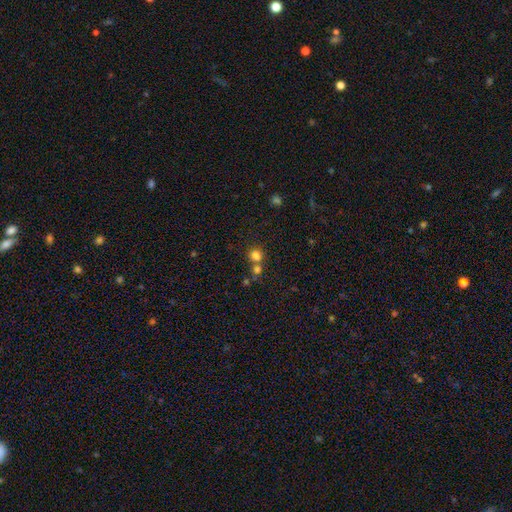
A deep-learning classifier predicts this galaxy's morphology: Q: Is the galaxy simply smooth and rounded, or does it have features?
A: smooth — 78%.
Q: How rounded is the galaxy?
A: round — 84%.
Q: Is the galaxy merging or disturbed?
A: none — 54%.